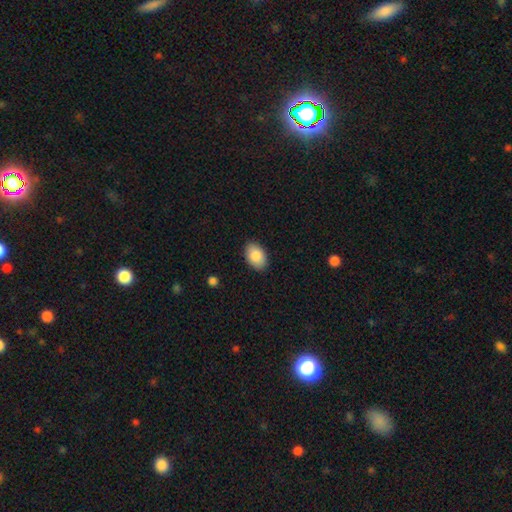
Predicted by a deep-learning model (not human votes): Morphology: type=smooth (87%); roundness=in between (89%); merging=none (88%).